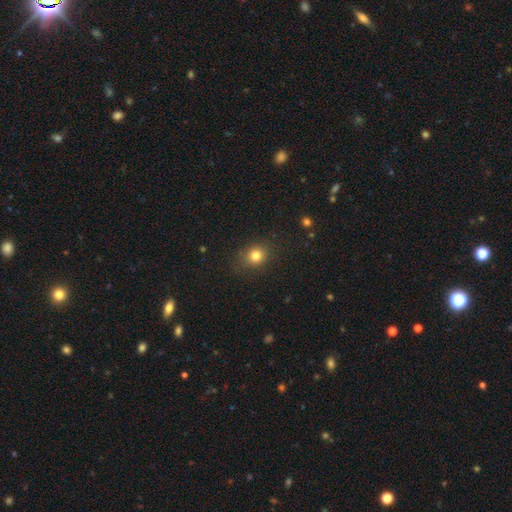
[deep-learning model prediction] Smooth or featured: smooth — 80% (star or artifact — 13%)
How rounded: round — 76% (in between — 23%)
Merging: none — 83% (minor disturbance — 11%)